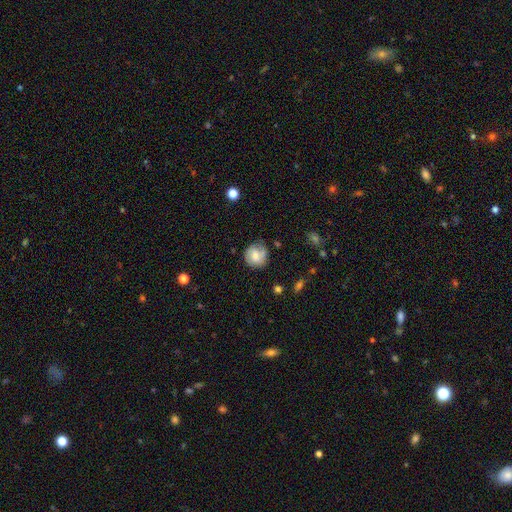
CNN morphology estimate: Smooth or featured? Predicted: smooth (p=0.53). How rounded? Predicted: round (p=0.84). Merging? Predicted: none (p=0.66).